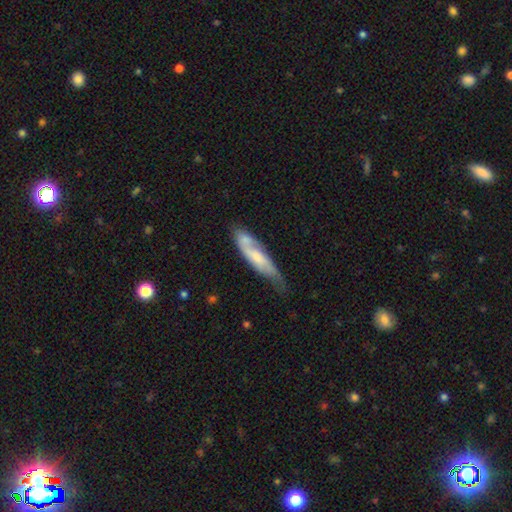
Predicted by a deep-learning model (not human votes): Smooth or featured?
  - featured or disk: 52% *
  - smooth: 42%
  - star or artifact: 6%
Edge-on disk?
  - no: 64% *
  - yes: 36%
Merging?
  - none: 49% *
  - minor disturbance: 32%
  - major disturbance: 12%
  - merger: 8%